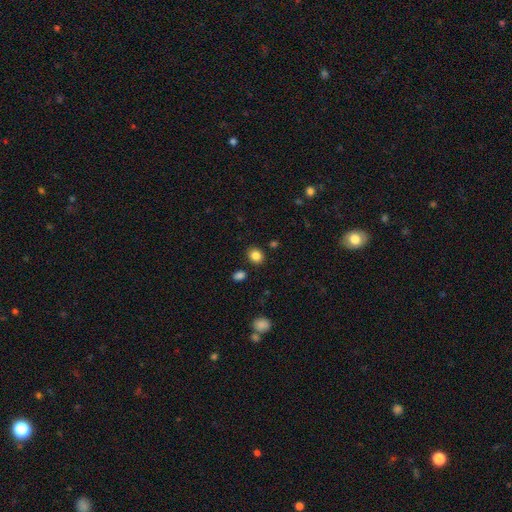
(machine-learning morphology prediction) smooth-or-featured: smooth: 85% | star or artifact: 10% | featured or disk: 5%
  how-rounded: round: 65% | in between: 35% | cigar-shaped: 1%
  merging: none: 86% | minor disturbance: 8% | merger: 4% | major disturbance: 2%